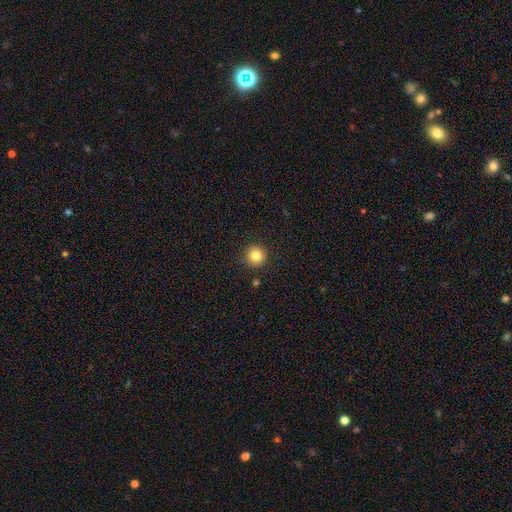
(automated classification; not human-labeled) Q: Smooth or featured?
A: smooth (84%); runner-up: star or artifact (11%)
Q: How rounded?
A: round (95%); runner-up: in between (4%)
Q: Merging?
A: none (91%); runner-up: minor disturbance (6%)